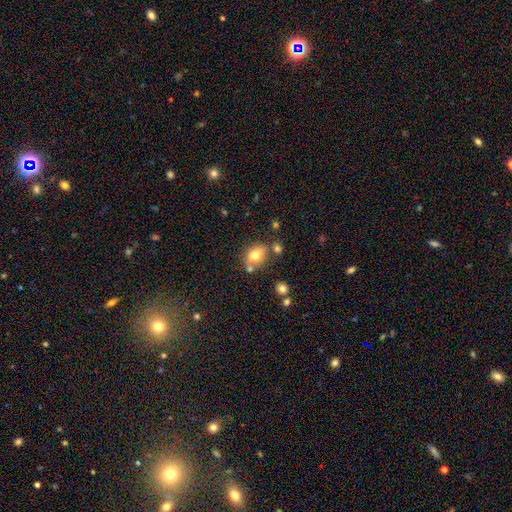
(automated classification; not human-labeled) A smooth galaxy with no disk features (73%) that is in between round and cigar-shaped (59%). Merging: none (64%).